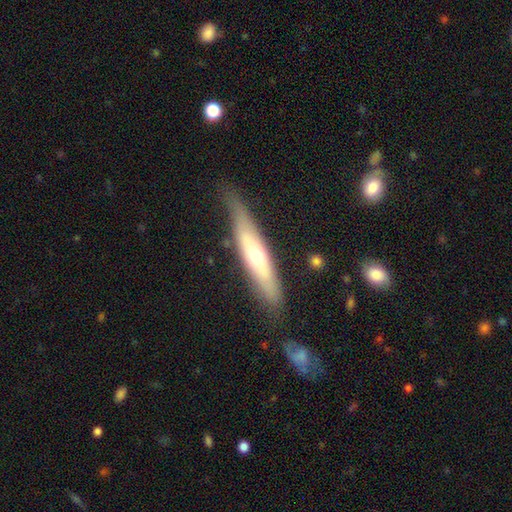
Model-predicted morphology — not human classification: featured or disk 54%, smooth 40%, star or artifact 6%. Down the decision tree: edge-on disk — yes (67%); merging — none (69%).